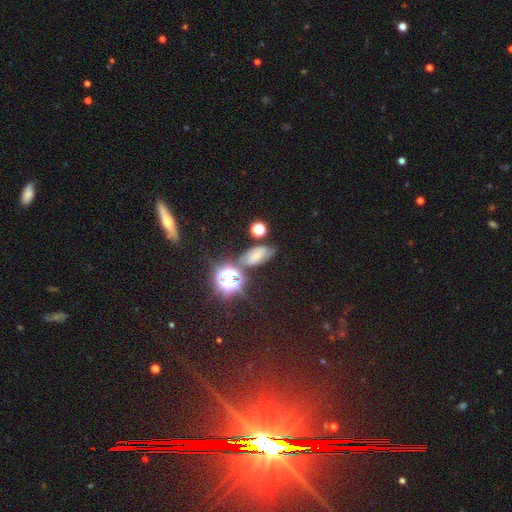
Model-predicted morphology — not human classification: This is marginally a smooth galaxy (37%). Merging: likely none (62%).